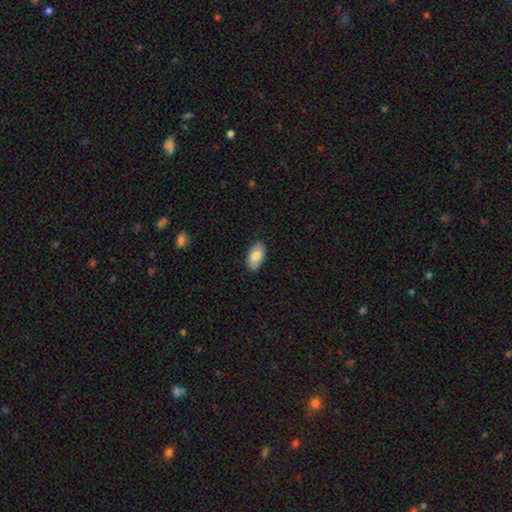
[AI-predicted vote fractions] smooth_or_featured: smooth (p=0.77) [alt: featured or disk p=0.17]
how_rounded: in between (p=0.95) [alt: round p=0.03]
merging: none (p=0.84) [alt: minor disturbance p=0.12]